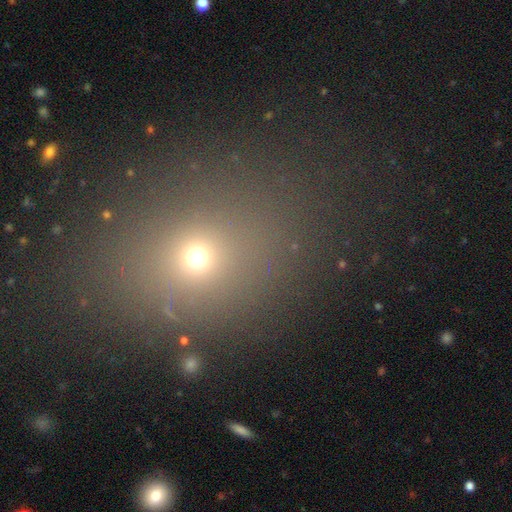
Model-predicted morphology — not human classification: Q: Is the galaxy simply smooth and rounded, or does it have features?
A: smooth — 61%.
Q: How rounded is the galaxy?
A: round — 54%.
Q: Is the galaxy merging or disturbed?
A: none — 82%.